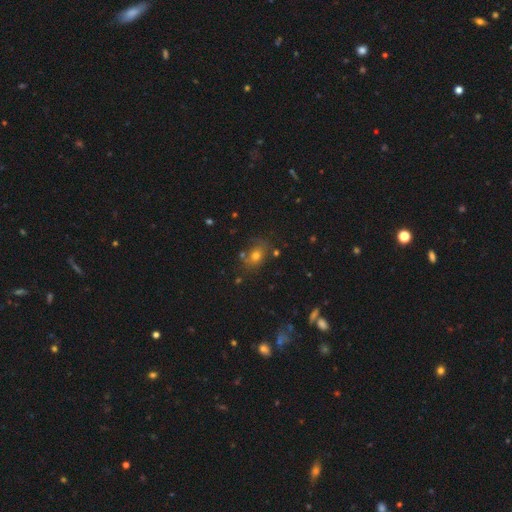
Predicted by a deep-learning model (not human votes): This is likely a smooth galaxy (67%). How rounded: possibly in between (55%). Merging: likely none (72%).